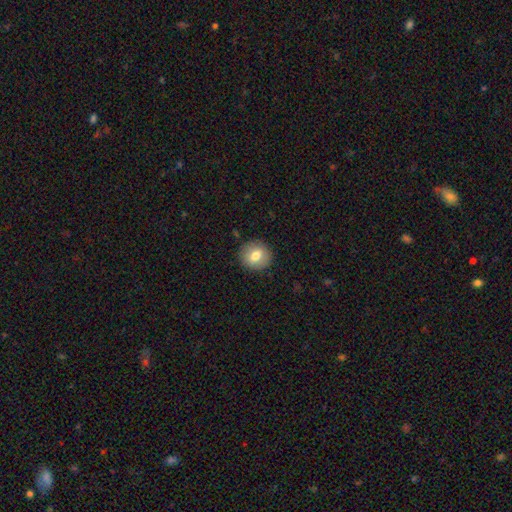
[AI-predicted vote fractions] The model was most divided on "smooth or featured": smooth: 74%, featured or disk: 18%, star or artifact: 8%. More confident: merging — none (89%); how rounded — round (85%).